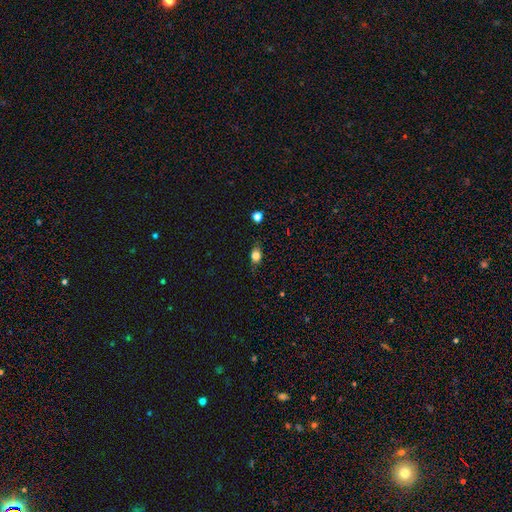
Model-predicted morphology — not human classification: Smooth or featured? smooth (79%)
How rounded? in between (71%)
Merging? none (79%)